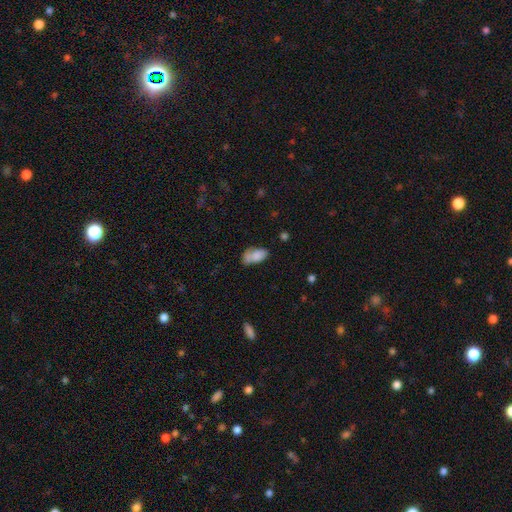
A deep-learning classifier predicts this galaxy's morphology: Smooth or featured? smooth (78%)
How rounded? in between (91%)
Merging? none (47%)